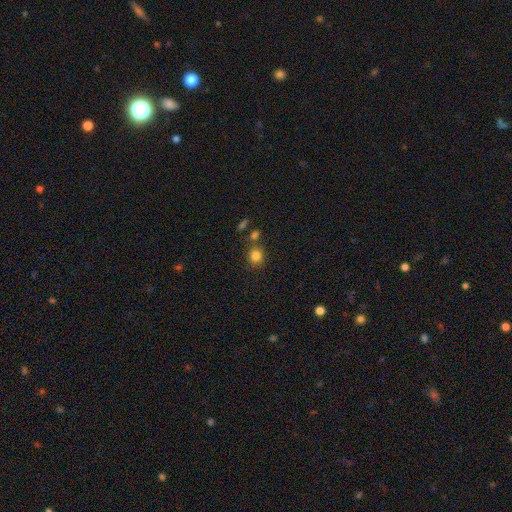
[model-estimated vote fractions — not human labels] smooth 83%, star or artifact 11%, featured or disk 6%. Down the decision tree: how rounded — round (84%); merging — none (74%).